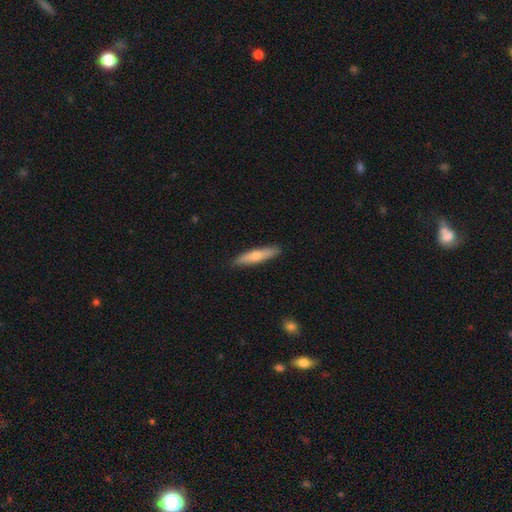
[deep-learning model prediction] Smooth or featured?
  - smooth: 63% *
  - featured or disk: 32%
  - star or artifact: 6%
How rounded?
  - cigar-shaped: 84% *
  - in between: 15%
  - round: 2%
Merging?
  - none: 90% *
  - minor disturbance: 7%
  - major disturbance: 2%
  - merger: 1%